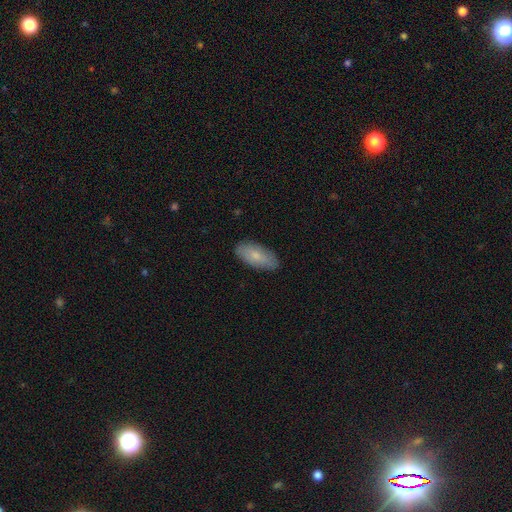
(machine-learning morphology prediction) Smooth or featured?
  - smooth: 75% *
  - featured or disk: 19%
  - star or artifact: 6%
How rounded?
  - in between: 87% *
  - cigar-shaped: 11%
  - round: 2%
Merging?
  - none: 85% *
  - minor disturbance: 12%
  - major disturbance: 2%
  - merger: 1%